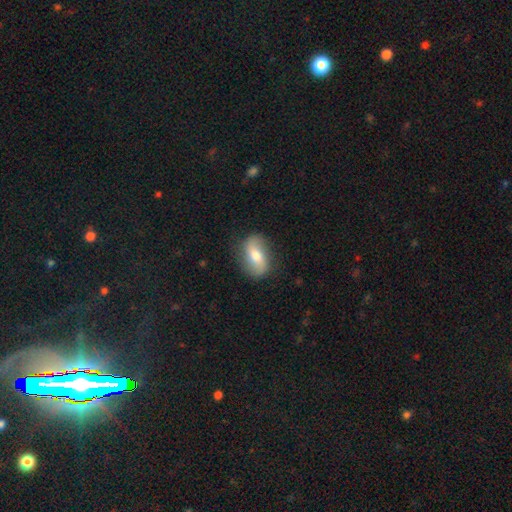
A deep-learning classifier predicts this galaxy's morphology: Smooth or featured?
  - featured or disk: 50% *
  - smooth: 43%
  - star or artifact: 7%
Merging?
  - none: 80% *
  - minor disturbance: 14%
  - major disturbance: 4%
  - merger: 1%